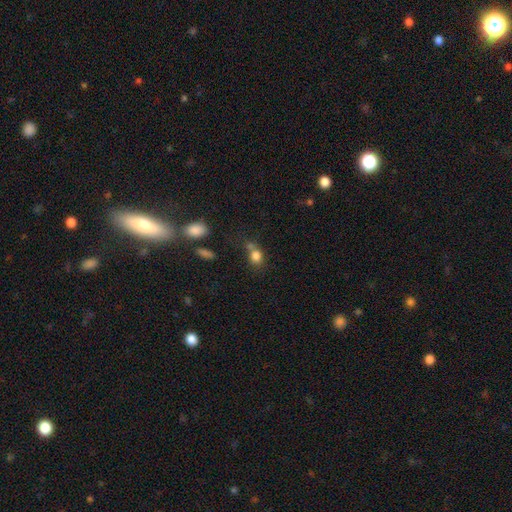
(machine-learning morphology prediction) smooth_or_featured: smooth (p=0.80) [alt: star or artifact p=0.12]
how_rounded: round (p=0.61) [alt: in between p=0.38]
merging: none (p=0.47) [alt: merger p=0.31]